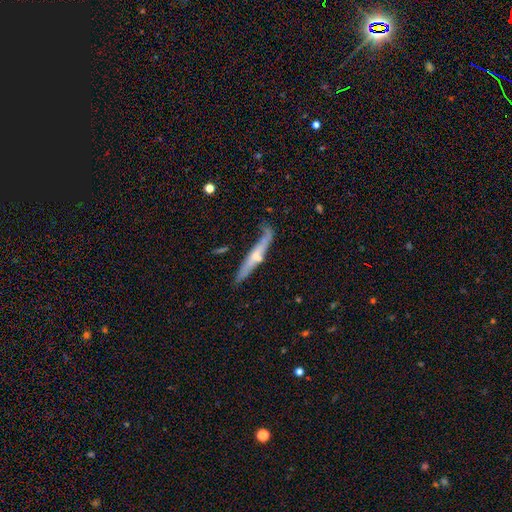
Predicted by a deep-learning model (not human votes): featured or disk 56%, smooth 37%, star or artifact 6%. Down the decision tree: edge-on disk — yes (82%); merging — none (55%).